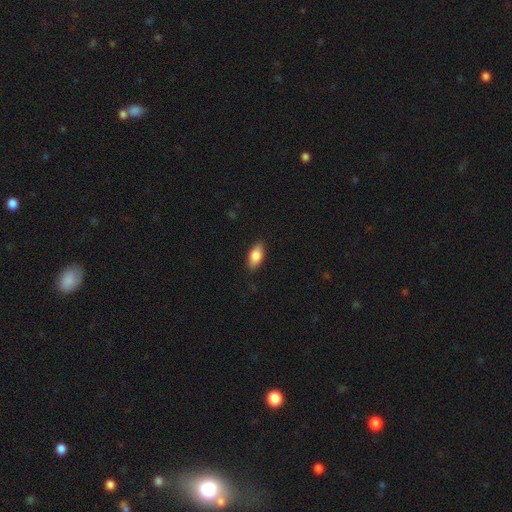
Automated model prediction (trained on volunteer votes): Q: Smooth or featured?
A: smooth (84%); runner-up: featured or disk (9%)
Q: How rounded?
A: in between (89%); runner-up: cigar-shaped (7%)
Q: Merging?
A: none (86%); runner-up: minor disturbance (11%)